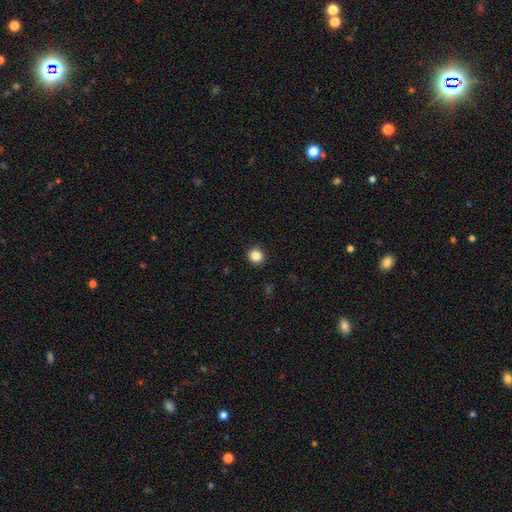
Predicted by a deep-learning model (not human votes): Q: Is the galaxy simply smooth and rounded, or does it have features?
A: smooth — 85%.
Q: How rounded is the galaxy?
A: round — 91%.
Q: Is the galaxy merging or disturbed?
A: none — 91%.